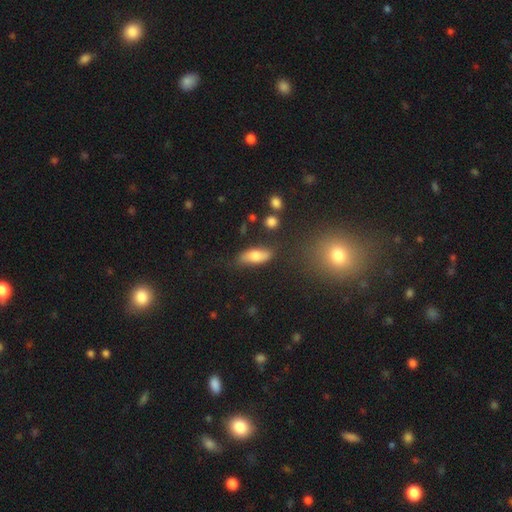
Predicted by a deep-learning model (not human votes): The model was most divided on "smooth or featured": smooth: 69%, featured or disk: 23%, star or artifact: 7%. More confident: how rounded — in between (76%); merging — none (70%).